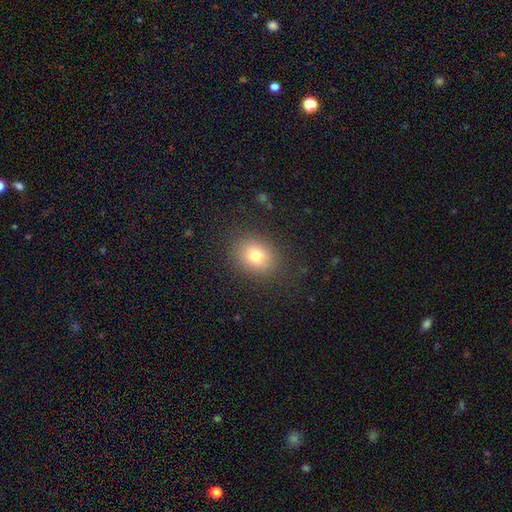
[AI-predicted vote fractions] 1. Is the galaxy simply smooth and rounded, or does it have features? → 77% smooth, 12% star or artifact, 11% featured or disk.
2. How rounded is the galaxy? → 55% round, 44% in between, 1% cigar-shaped.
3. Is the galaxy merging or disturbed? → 86% none, 9% minor disturbance, 4% major disturbance, 1% merger.